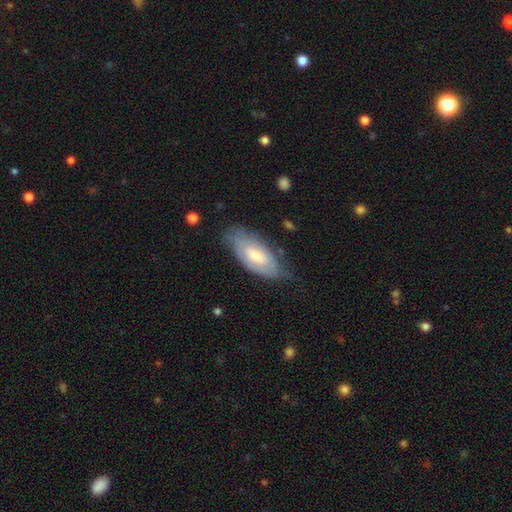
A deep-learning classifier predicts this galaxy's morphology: A featured or disk galaxy (50%). Merging: none (62%).